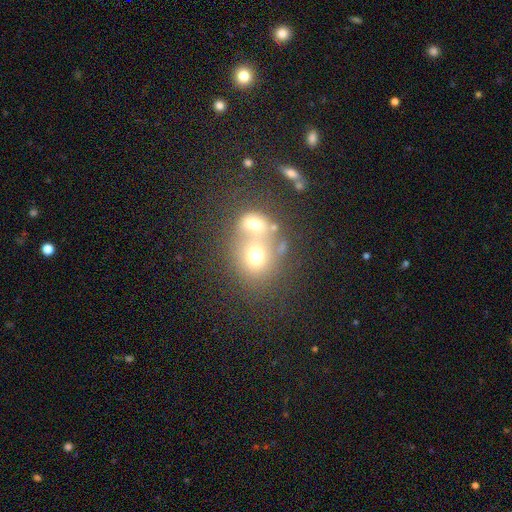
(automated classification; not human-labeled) Smooth or featured?
  - smooth: 63% *
  - featured or disk: 22%
  - star or artifact: 15%
How rounded?
  - round: 64% *
  - in between: 35%
  - cigar-shaped: 1%
Merging?
  - merger: 60% *
  - none: 28%
  - minor disturbance: 7%
  - major disturbance: 5%